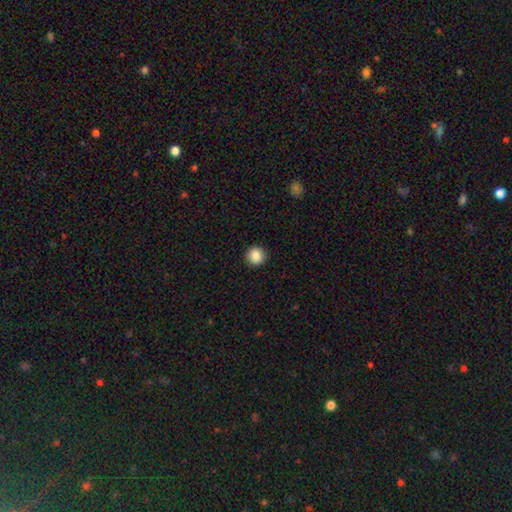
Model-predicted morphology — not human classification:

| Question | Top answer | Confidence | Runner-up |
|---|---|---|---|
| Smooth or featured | smooth | 87% | star or artifact (9%) |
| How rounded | round | 93% | in between (6%) |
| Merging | none | 93% | minor disturbance (5%) |